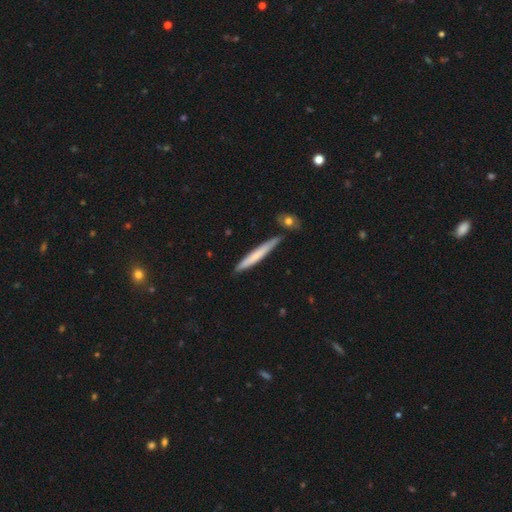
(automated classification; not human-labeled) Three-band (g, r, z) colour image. It shows a smooth galaxy with no disk features (64%) that is cigar-shaped (96%). Merging: none (84%).